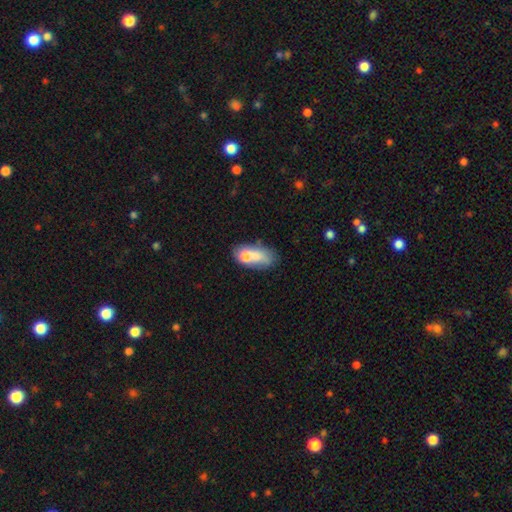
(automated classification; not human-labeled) A smooth galaxy with no disk features (64%) that is in between round and cigar-shaped (82%).

Vote fractions:
- Smooth or featured? smooth: 64% / featured or disk: 27% / star or artifact: 10%
- How rounded? in between: 82% / round: 9% / cigar-shaped: 8%
- Merging? merger: 36% / none: 30% / minor disturbance: 19% / major disturbance: 15%